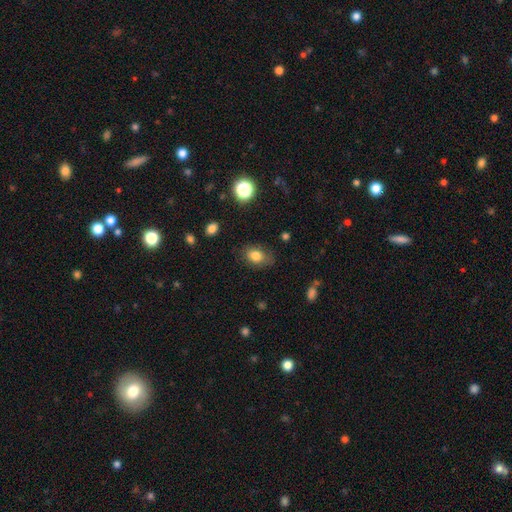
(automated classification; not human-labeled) Smooth or featured: smooth — 80% (star or artifact — 10%)
How rounded: in between — 74% (round — 25%)
Merging: none — 74% (minor disturbance — 19%)